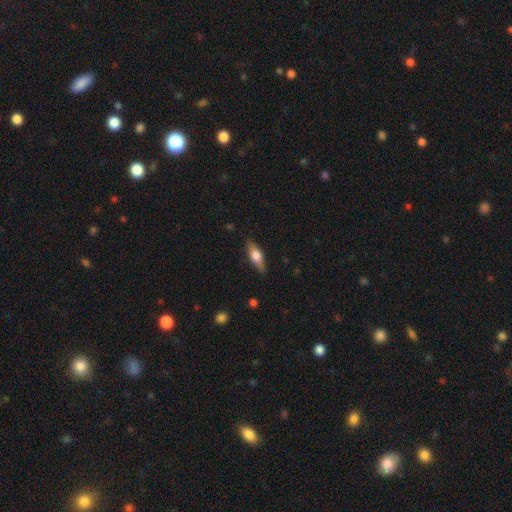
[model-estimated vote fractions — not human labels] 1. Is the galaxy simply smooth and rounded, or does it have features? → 56% smooth, 38% featured or disk, 6% star or artifact.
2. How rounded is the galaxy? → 57% in between, 40% cigar-shaped, 3% round.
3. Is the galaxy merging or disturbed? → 85% none, 11% minor disturbance, 2% major disturbance, 1% merger.